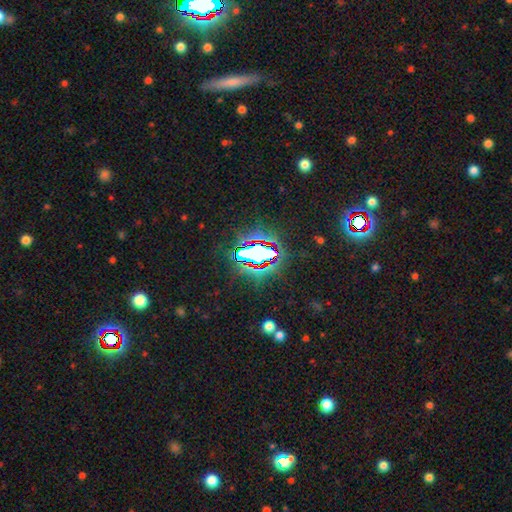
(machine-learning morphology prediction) smooth_or_featured: star or artifact (p=0.75) [alt: smooth p=0.14]